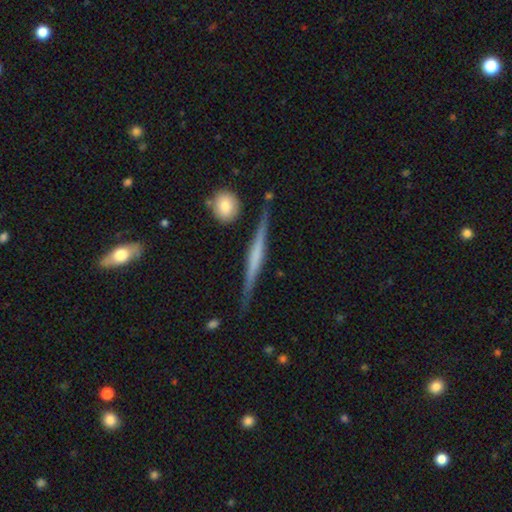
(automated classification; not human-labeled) Smooth or featured? Predicted: featured or disk (p=0.72). Edge-on disk? Predicted: yes (p=0.97). Edge-on bulge? Predicted: none (p=0.42). Merging? Predicted: none (p=0.85).